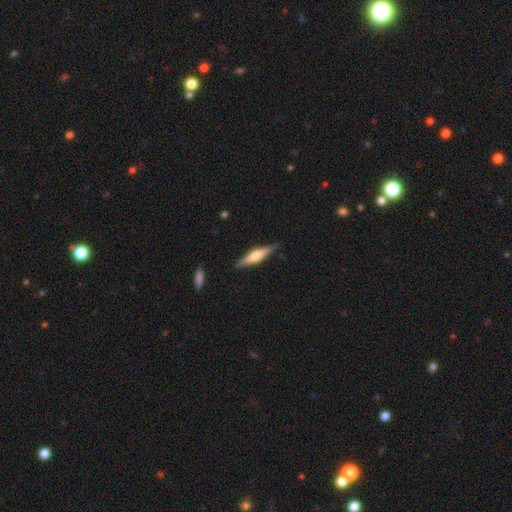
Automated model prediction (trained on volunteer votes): The model was most divided on "smooth or featured": featured or disk: 57%, smooth: 37%, star or artifact: 5%. More confident: edge-on disk — yes (96%); merging — none (88%); edge-on bulge — rounded (80%).